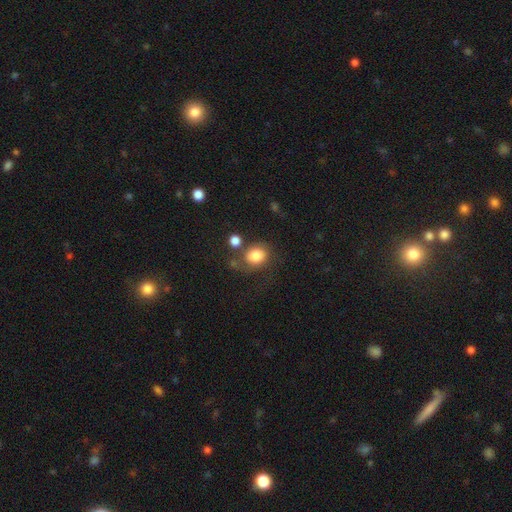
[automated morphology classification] smooth_or_featured: smooth (p=0.80) [alt: featured or disk p=0.10]
how_rounded: round (p=0.59) [alt: in between p=0.40]
merging: none (p=0.56) [alt: minor disturbance p=0.19]